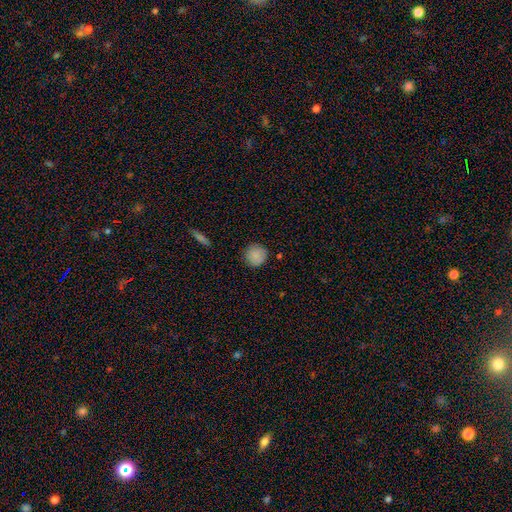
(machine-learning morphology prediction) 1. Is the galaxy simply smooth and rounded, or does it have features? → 87% smooth, 8% star or artifact, 5% featured or disk.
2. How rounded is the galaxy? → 93% round, 6% in between, 1% cigar-shaped.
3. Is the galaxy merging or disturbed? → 87% none, 9% minor disturbance, 2% major disturbance, 1% merger.